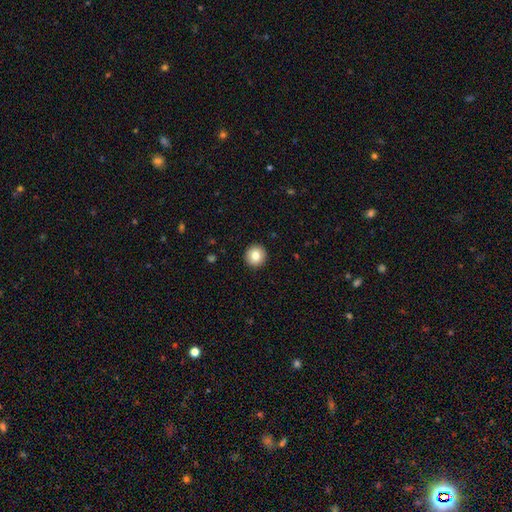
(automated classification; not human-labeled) Smooth or featured? smooth (82%)
How rounded? round (94%)
Merging? none (93%)